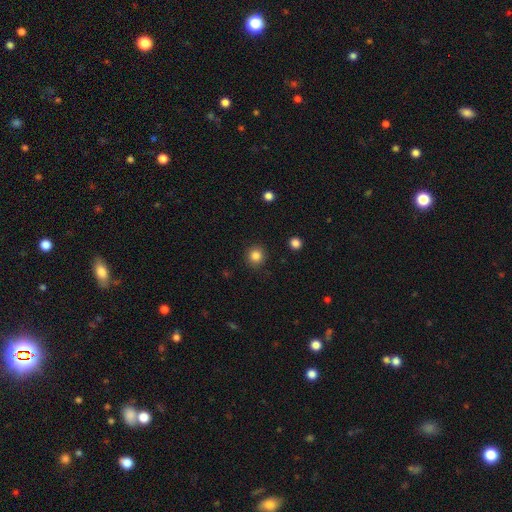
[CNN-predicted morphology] type=smooth (84%); roundness=round (92%); merging=none (90%).